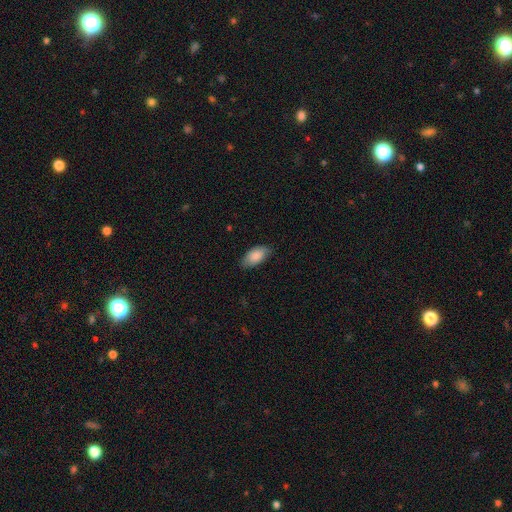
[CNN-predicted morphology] This is clearly a smooth galaxy (86%). How rounded: clearly in between (94%). Merging: likely none (77%).